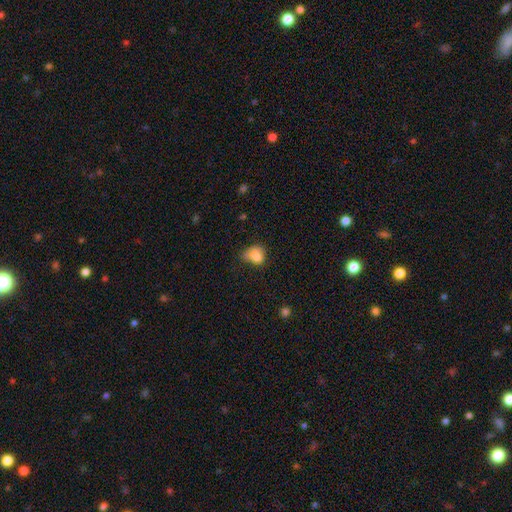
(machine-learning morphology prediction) The model was most divided on "merging": minor disturbance: 36%, none: 32%, major disturbance: 19%, merger: 13%. More confident: smooth or featured — smooth (78%); how rounded — in between (55%).